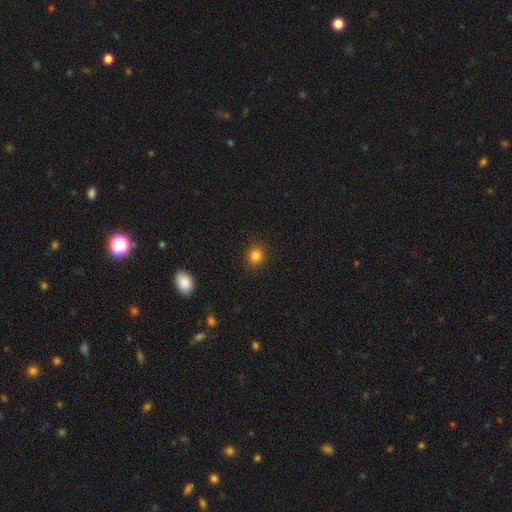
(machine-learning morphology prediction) type=smooth (84%); roundness=round (84%); merging=none (90%).